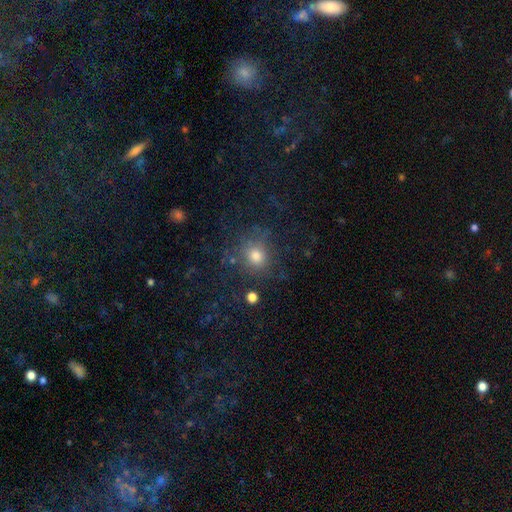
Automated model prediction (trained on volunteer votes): smooth-or-featured: smooth: 74% | star or artifact: 17% | featured or disk: 10%
  how-rounded: round: 80% | in between: 19% | cigar-shaped: 1%
  merging: none: 75% | minor disturbance: 14% | major disturbance: 8% | merger: 3%